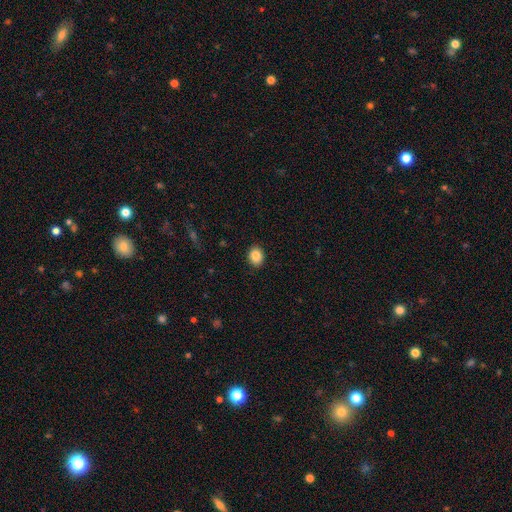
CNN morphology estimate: Smooth or featured? Predicted: smooth (p=0.86). How rounded? Predicted: in between (p=0.54). Merging? Predicted: none (p=0.90).